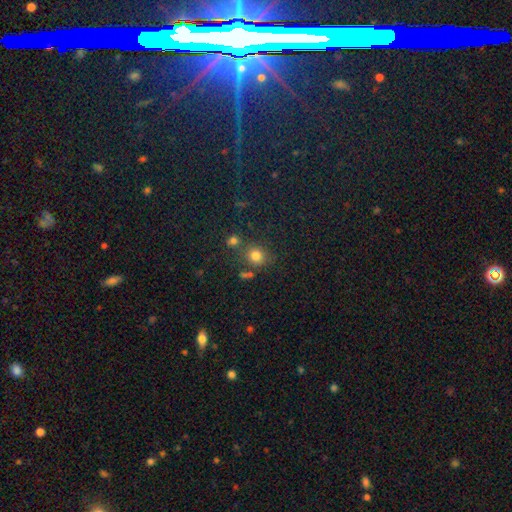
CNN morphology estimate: Smooth or featured? Predicted: smooth (p=0.77). How rounded? Predicted: round (p=0.78). Merging? Predicted: none (p=0.70).